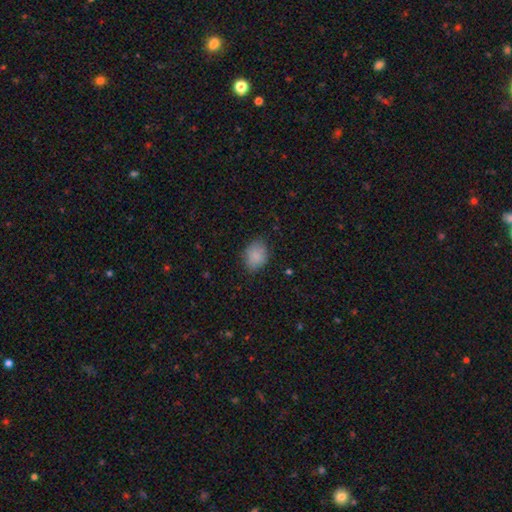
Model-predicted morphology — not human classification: Overall: smooth (86%). How rounded: in between (64%; round 35%). Merging: none (77%).